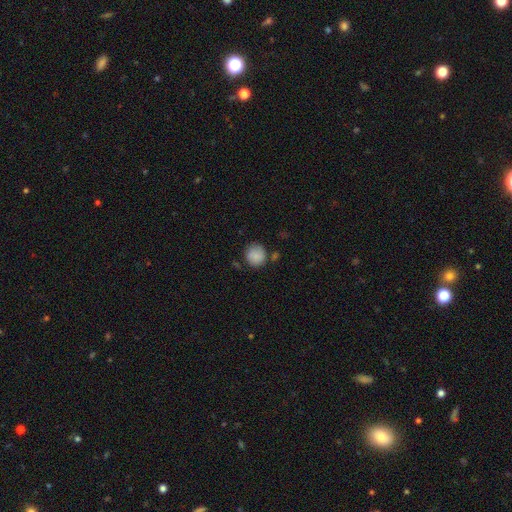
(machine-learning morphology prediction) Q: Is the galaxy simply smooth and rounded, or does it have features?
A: smooth — 87%.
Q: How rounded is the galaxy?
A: round — 89%.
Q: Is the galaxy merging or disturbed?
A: none — 75%.